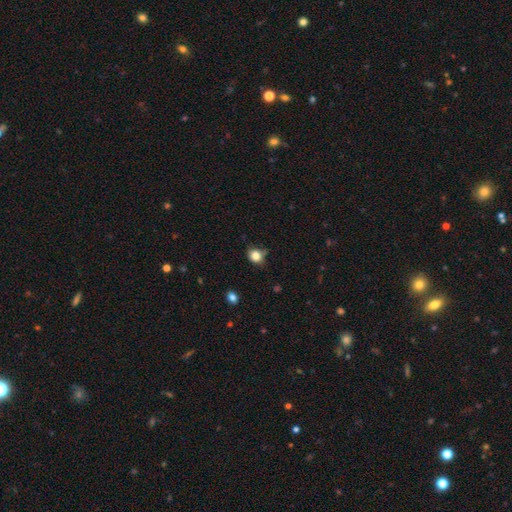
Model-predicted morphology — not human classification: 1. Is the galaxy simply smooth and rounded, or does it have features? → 83% smooth, 11% star or artifact, 6% featured or disk.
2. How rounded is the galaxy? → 73% round, 26% in between, 1% cigar-shaped.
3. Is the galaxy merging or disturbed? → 66% none, 25% minor disturbance, 5% major disturbance, 3% merger.